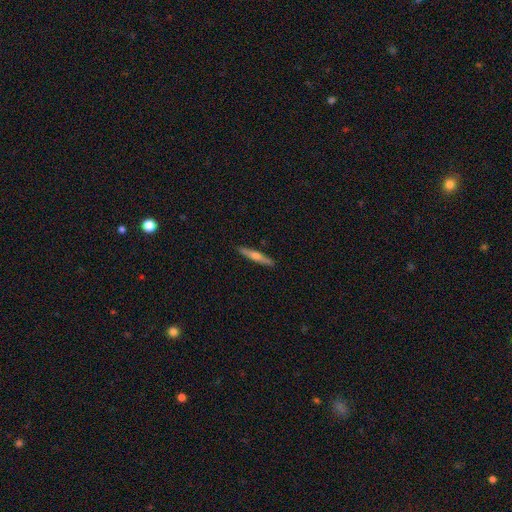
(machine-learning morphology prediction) featured or disk 53%, smooth 41%, star or artifact 6%. Down the decision tree: edge-on disk — yes (96%); edge-on bulge — rounded (82%); merging — none (91%).